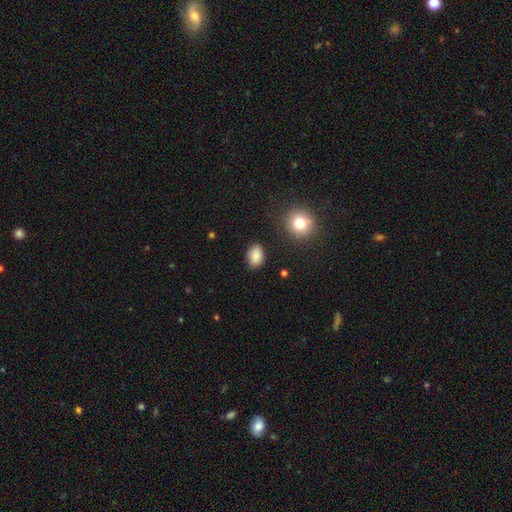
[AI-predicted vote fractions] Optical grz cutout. It shows a smooth galaxy with no disk features (85%) that is in between round and cigar-shaped (73%). Merging: none (83%).